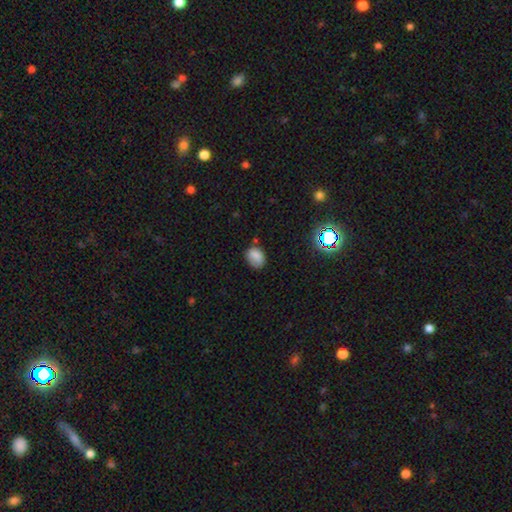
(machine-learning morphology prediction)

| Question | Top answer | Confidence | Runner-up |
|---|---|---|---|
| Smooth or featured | smooth | 79% | star or artifact (11%) |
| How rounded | in between | 68% | round (31%) |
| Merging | none | 64% | minor disturbance (26%) |